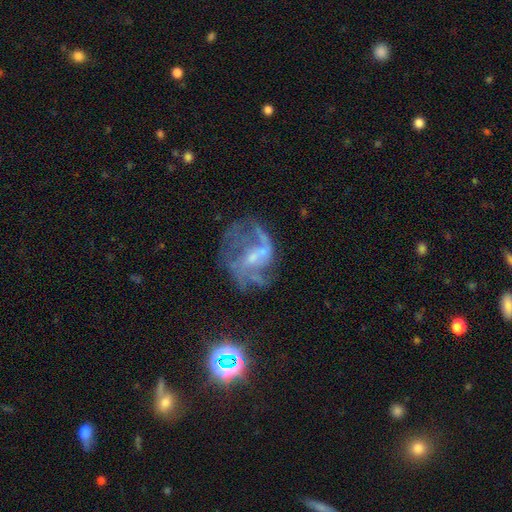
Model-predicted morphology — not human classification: featured or disk 73%, star or artifact 15%, smooth 12%. Down the decision tree: edge-on disk — no (97%); bar — no (43%); spiral arms — yes (69%); bulge size — small (50%); merging — none (41%).